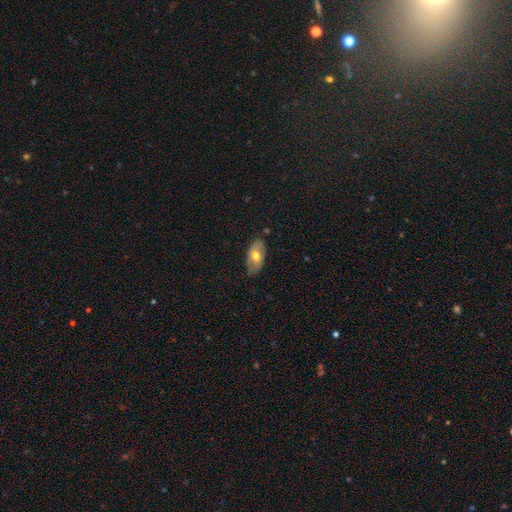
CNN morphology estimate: smooth-or-featured: smooth: 59% | featured or disk: 35% | star or artifact: 6%
  how-rounded: in between: 92% | cigar-shaped: 4% | round: 4%
  merging: none: 78% | minor disturbance: 18% | major disturbance: 3% | merger: 1%